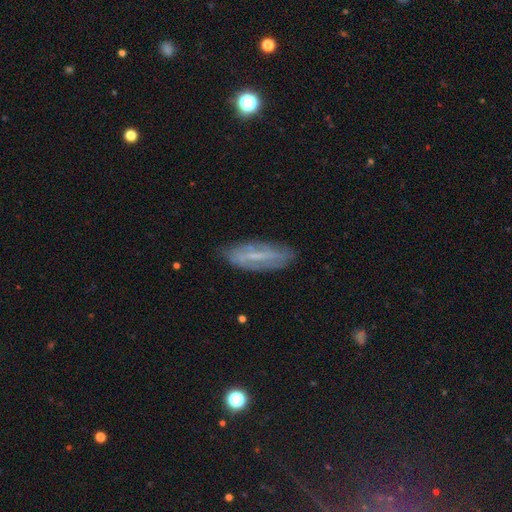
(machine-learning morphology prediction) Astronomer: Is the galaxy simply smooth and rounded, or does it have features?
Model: featured or disk — 62%.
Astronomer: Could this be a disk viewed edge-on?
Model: no — 75%.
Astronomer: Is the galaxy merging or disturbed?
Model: none — 77%.